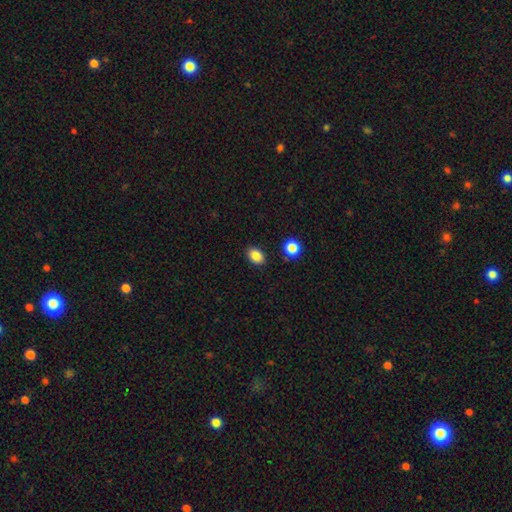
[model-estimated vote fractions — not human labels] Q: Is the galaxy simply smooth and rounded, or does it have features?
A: smooth — 86%.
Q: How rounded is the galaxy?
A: in between — 77%.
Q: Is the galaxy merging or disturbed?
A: none — 87%.